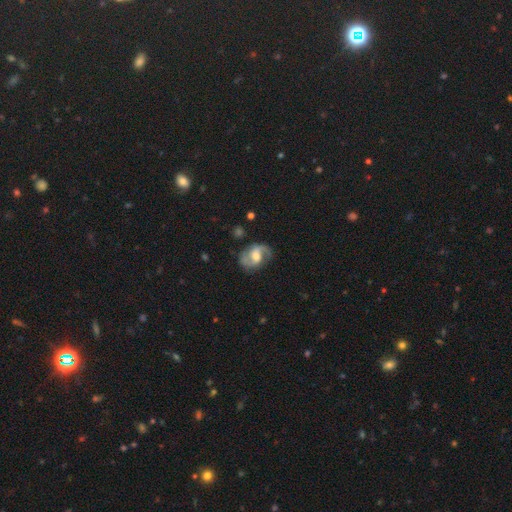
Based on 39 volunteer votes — smooth_or_featured: featured or disk (p=0.74) [alt: smooth p=0.15]
disk_edge_on: no (p=0.97) [alt: yes p=0.03]
bar: weak (p=0.61) [alt: no p=0.36]
has_spiral_arms: yes (p=0.96) [alt: no p=0.04]
spiral_winding: medium (p=0.59) [alt: loose p=0.22]
spiral_arm_count: 2 (p=0.81) [alt: can't tell p=0.11]
bulge_size: moderate (p=0.68) [alt: large p=0.14]
merging: none (p=0.71) [alt: minor disturbance p=0.17]